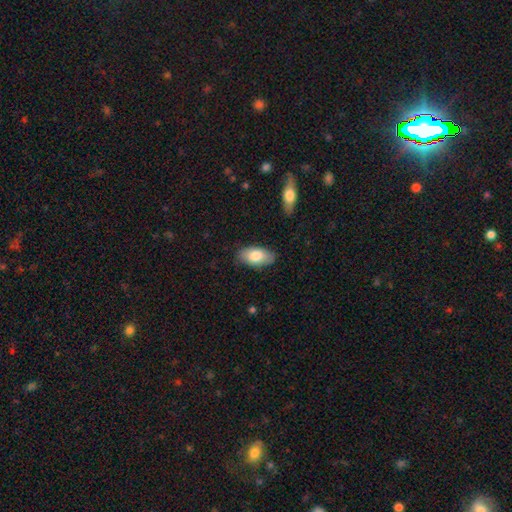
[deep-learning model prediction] Overall: smooth (81%). How rounded: in between (93%). Merging: none (83%).